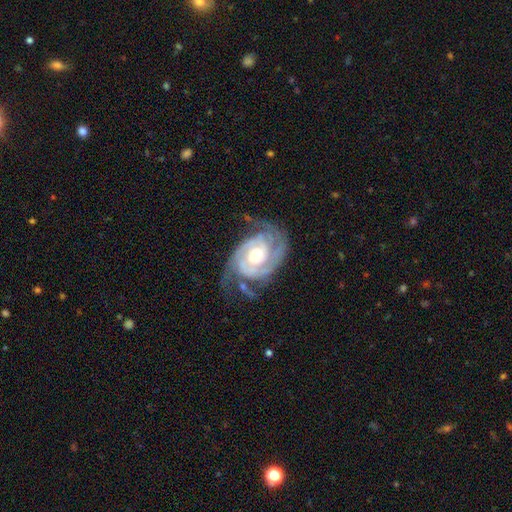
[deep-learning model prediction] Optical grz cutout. It shows a featured or disk galaxy (91%) with no bar (53%), 2 (46%) tight (63%) spiral arms (97%) and a moderate central bulge (67%). Merging: none (60%).